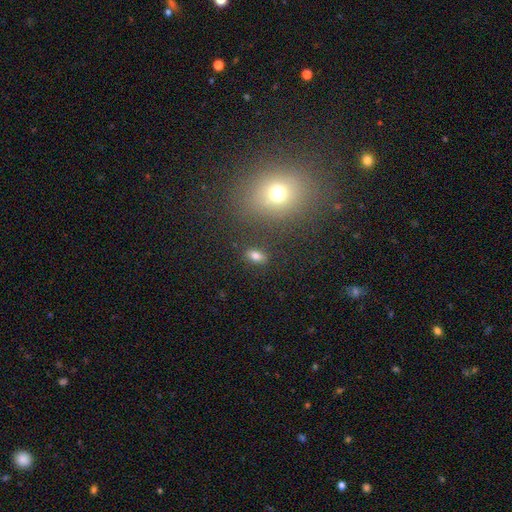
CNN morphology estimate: smooth 79%, star or artifact 12%, featured or disk 9%. Down the decision tree: how rounded — in between (86%); merging — none (84%).